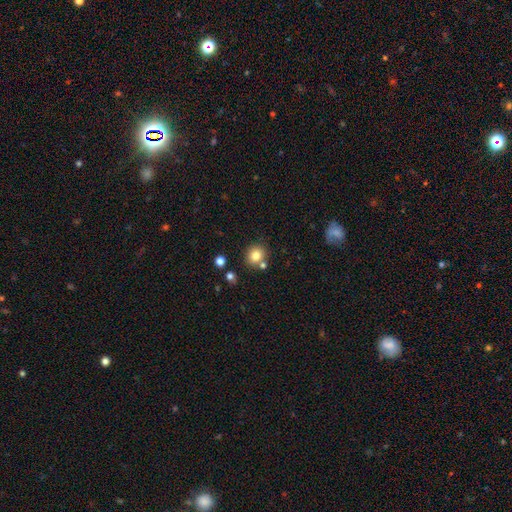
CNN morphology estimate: Smooth or featured: smooth — 80% (star or artifact — 12%)
How rounded: round — 80% (in between — 19%)
Merging: none — 75% (merger — 12%)